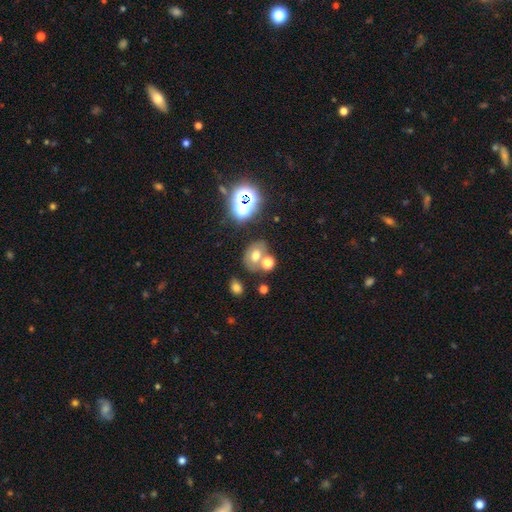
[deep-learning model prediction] The model was most divided on "how rounded": in between: 58%, round: 41%, cigar-shaped: 1%. Remaining: smooth or featured — smooth (58%); merging — none (49%).